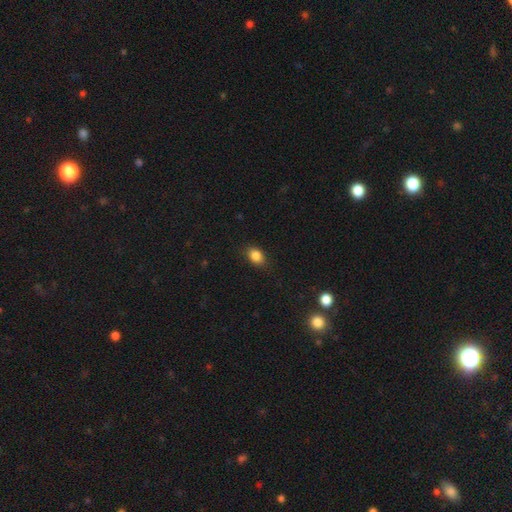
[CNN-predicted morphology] Overall: smooth (85%). How rounded: in between (74%). Merging: none (83%).